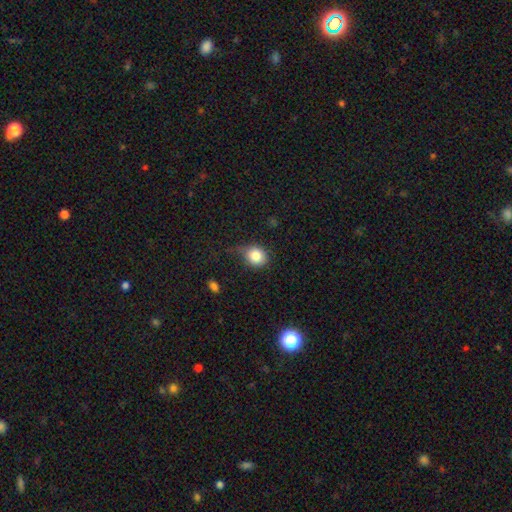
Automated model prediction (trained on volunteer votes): This is clearly a smooth galaxy (85%). How rounded: likely round (78%). Merging: likely none (62%).